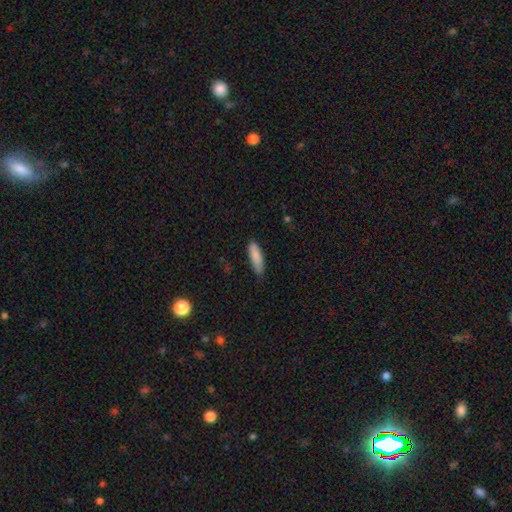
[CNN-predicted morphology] This is clearly a smooth galaxy (87%). How rounded: possibly cigar-shaped (51%). Merging: likely none (76%).